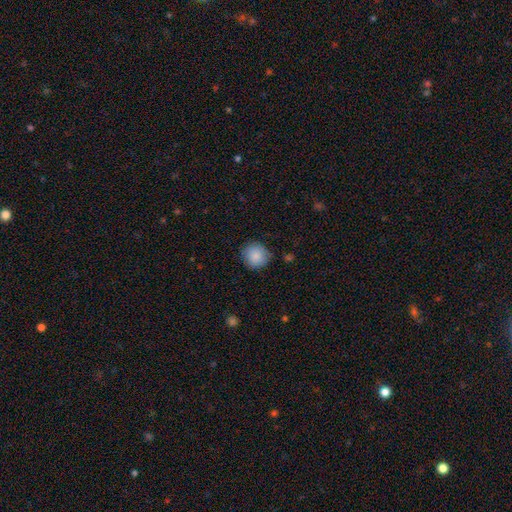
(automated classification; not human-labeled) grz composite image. It shows a smooth galaxy with no disk features (88%) that is round (92%). Merging: none (86%).